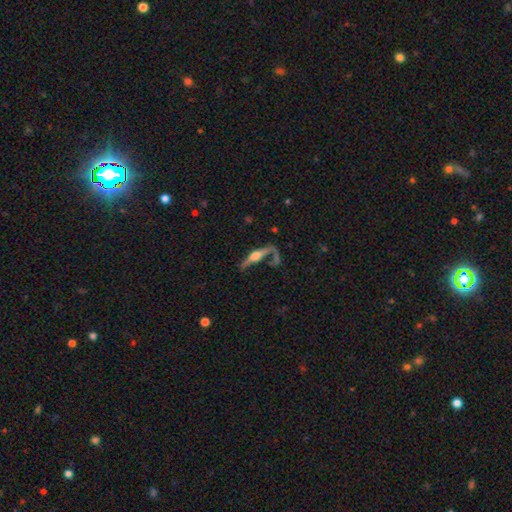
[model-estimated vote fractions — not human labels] The model was most divided on "merging": none: 45%, major disturbance: 22%, minor disturbance: 17%, merger: 16%. More confident: edge-on bulge — rounded (84%); edge-on disk — yes (82%); smooth or featured — featured or disk (65%).